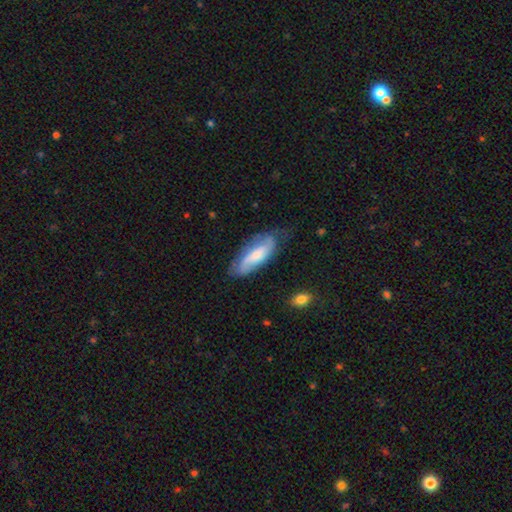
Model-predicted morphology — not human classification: smooth_or_featured: featured or disk (p=0.48) [alt: smooth p=0.45]
merging: none (p=0.61) [alt: minor disturbance p=0.27]